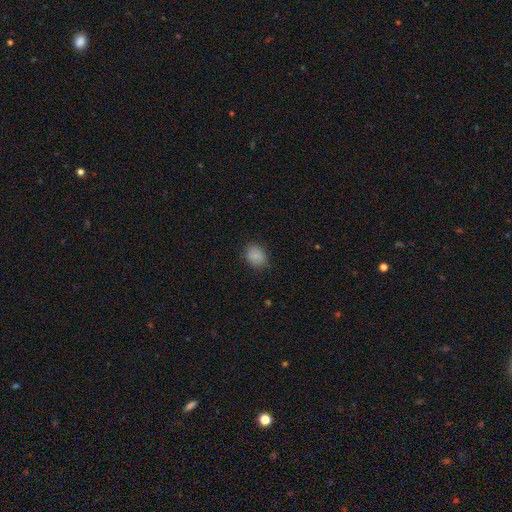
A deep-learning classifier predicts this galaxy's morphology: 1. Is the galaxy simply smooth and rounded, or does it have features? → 86% smooth, 9% star or artifact, 5% featured or disk.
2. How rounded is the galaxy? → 51% round, 48% in between, 1% cigar-shaped.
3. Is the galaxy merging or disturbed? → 79% none, 17% minor disturbance, 4% major disturbance, 1% merger.